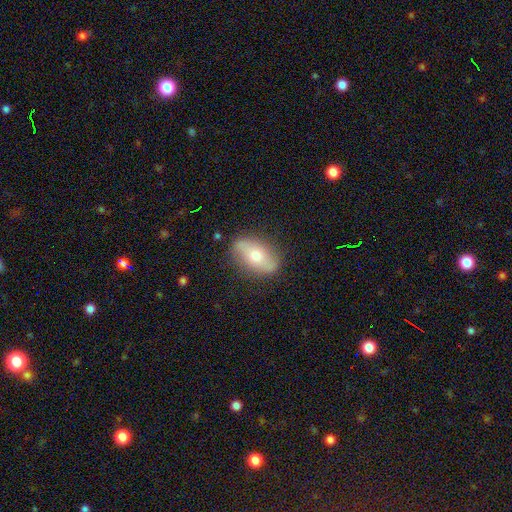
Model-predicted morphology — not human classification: This appears to be a featured or disk galaxy (51%). Merging: none (82%).